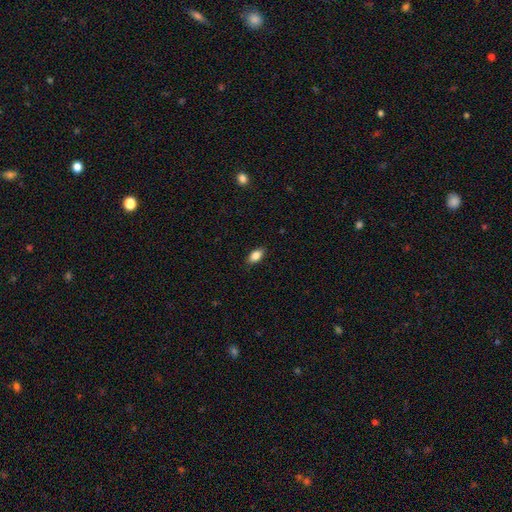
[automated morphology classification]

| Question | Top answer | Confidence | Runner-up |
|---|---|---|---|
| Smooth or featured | smooth | 85% | star or artifact (8%) |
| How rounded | in between | 89% | round (6%) |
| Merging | none | 87% | minor disturbance (10%) |